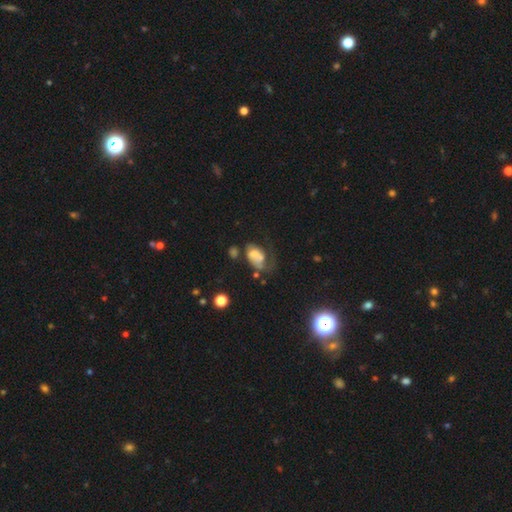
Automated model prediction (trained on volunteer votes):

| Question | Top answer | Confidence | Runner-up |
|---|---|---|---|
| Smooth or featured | smooth | 50% | featured or disk (38%) |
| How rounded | in between | 84% | round (14%) |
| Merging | major disturbance | 43% | none (22%) |